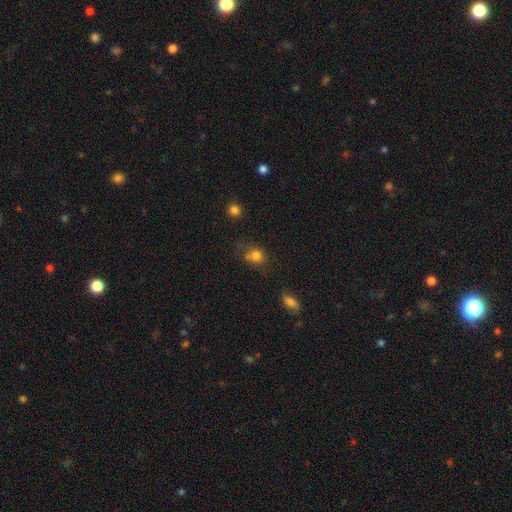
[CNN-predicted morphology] A smooth galaxy with no disk features (78%) that is round (68%). Merging: none (51%).